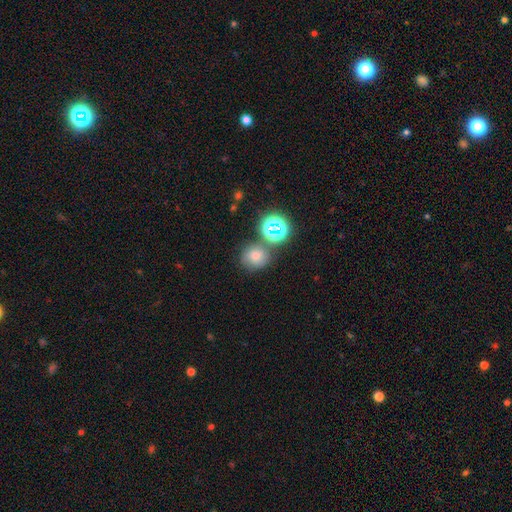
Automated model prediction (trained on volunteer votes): A smooth galaxy with no disk features (62%) that is round (78%).

Vote fractions:
- Smooth or featured? smooth: 62% / star or artifact: 23% / featured or disk: 15%
- How rounded? round: 78% / in between: 21% / cigar-shaped: 1%
- Merging? none: 64% / merger: 16% / minor disturbance: 15% / major disturbance: 6%